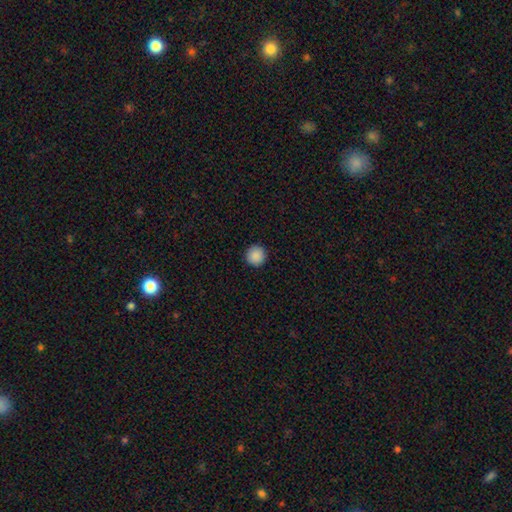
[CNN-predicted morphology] smooth 89%, star or artifact 8%, featured or disk 2%. Down the decision tree: how rounded — round (96%); merging — none (93%).